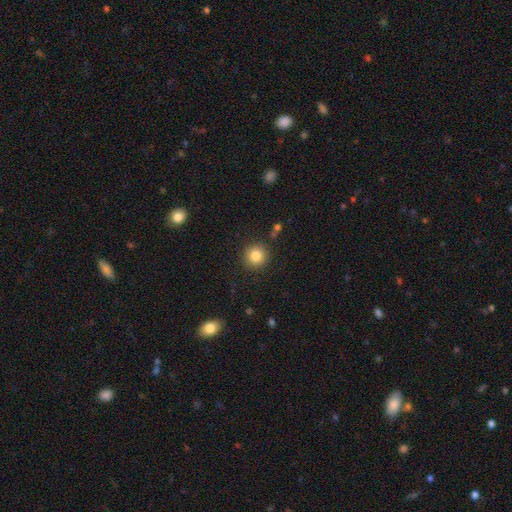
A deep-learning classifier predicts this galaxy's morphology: Smooth or featured? Predicted: smooth (p=0.83). How rounded? Predicted: round (p=0.93). Merging? Predicted: none (p=0.89).